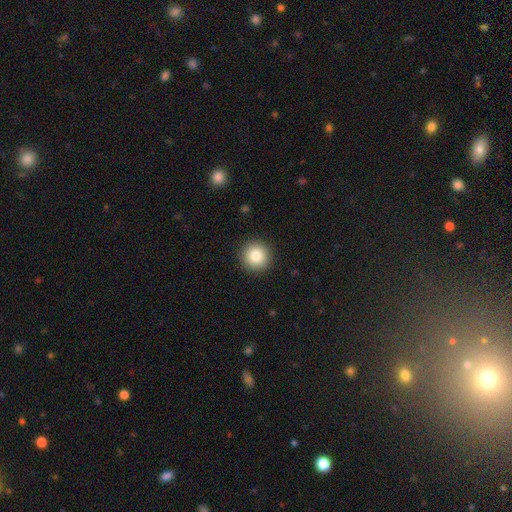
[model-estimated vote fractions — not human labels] Smooth or featured: smooth — 83% (star or artifact — 9%)
How rounded: round — 95% (in between — 4%)
Merging: none — 92% (minor disturbance — 5%)